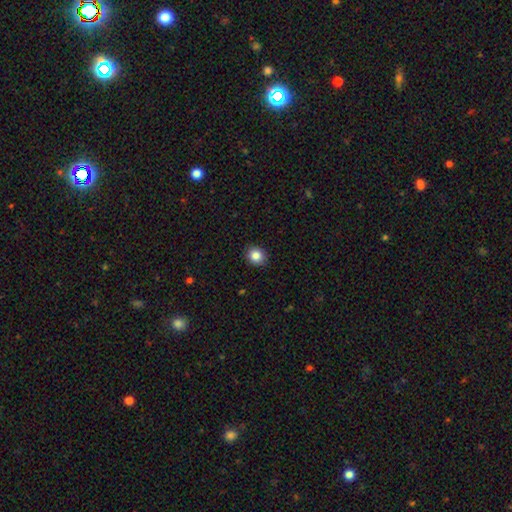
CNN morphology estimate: Q: Smooth or featured?
A: smooth (85%); runner-up: star or artifact (10%)
Q: How rounded?
A: round (72%); runner-up: in between (27%)
Q: Merging?
A: none (90%); runner-up: minor disturbance (7%)